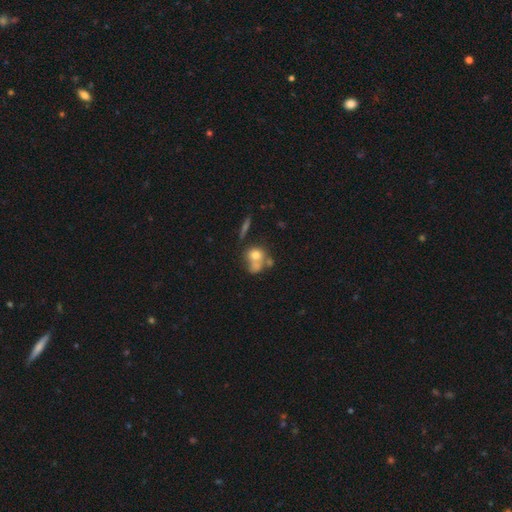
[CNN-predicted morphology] A smooth galaxy with no disk features (67%) that is round (63%).

Vote fractions:
- Smooth or featured? smooth: 67% / featured or disk: 22% / star or artifact: 11%
- How rounded? round: 63% / in between: 35% / cigar-shaped: 2%
- Merging? merger: 42% / none: 33% / minor disturbance: 13% / major disturbance: 11%